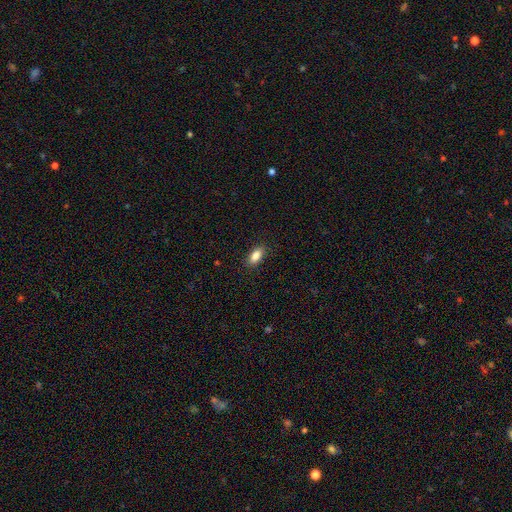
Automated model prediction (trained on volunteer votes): Overall: smooth (86%). How rounded: in between (88%). Merging: none (88%).